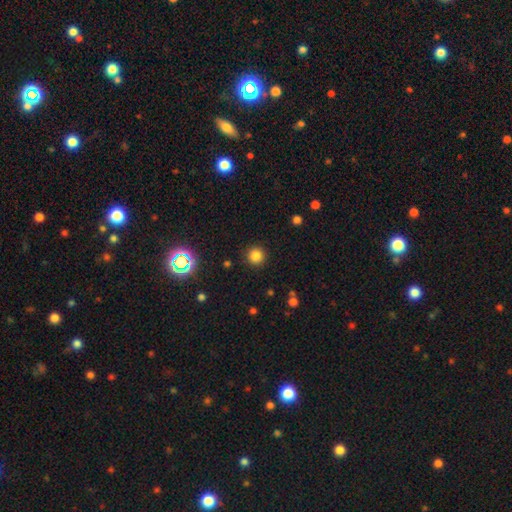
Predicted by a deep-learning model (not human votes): Q: Smooth or featured?
A: smooth (82%); runner-up: star or artifact (14%)
Q: How rounded?
A: round (95%); runner-up: in between (4%)
Q: Merging?
A: none (90%); runner-up: minor disturbance (6%)